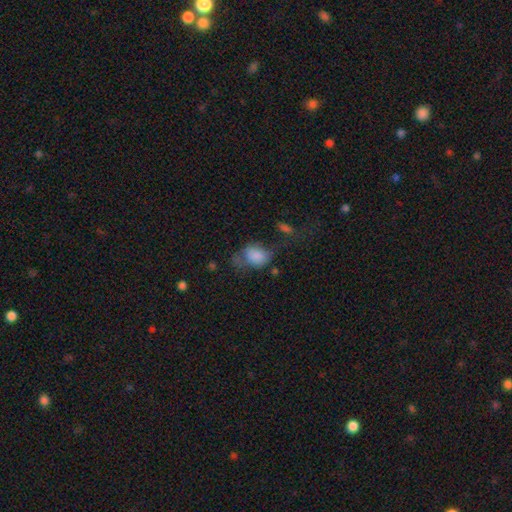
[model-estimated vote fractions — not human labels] A smooth galaxy with no disk features (73%) that is in between round and cigar-shaped (72%). Merging: major disturbance (37%).